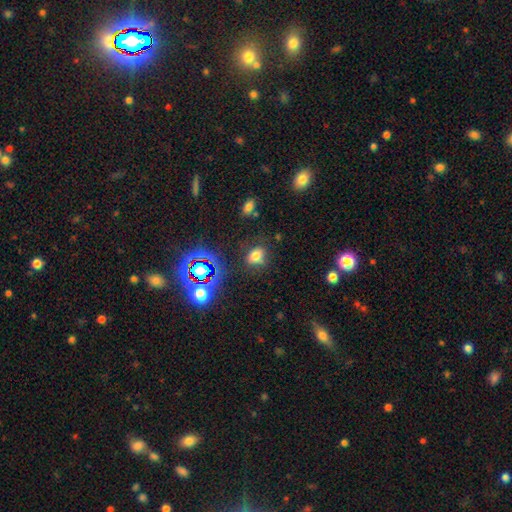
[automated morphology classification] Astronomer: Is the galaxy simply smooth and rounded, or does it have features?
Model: smooth — 70%.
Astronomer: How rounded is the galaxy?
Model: in between — 65%.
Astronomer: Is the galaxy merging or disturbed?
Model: none — 74%.